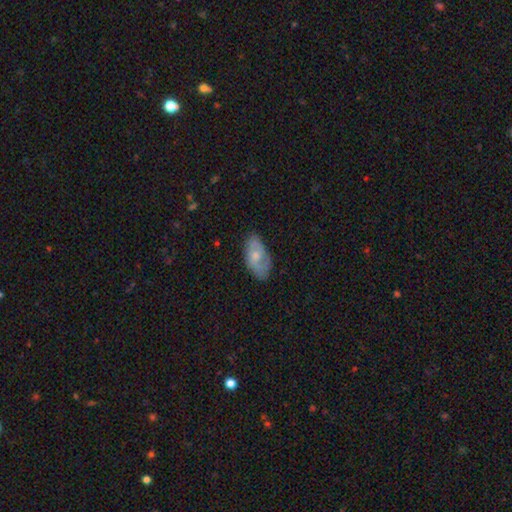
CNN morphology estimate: This is possibly a smooth galaxy (53%). How rounded: clearly in between (91%). Merging: likely none (71%).